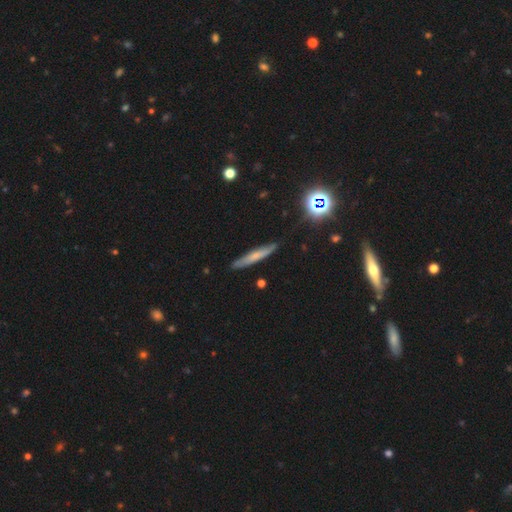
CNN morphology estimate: smooth 56%, featured or disk 34%, star or artifact 10%. Down the decision tree: how rounded — cigar-shaped (92%); merging — none (86%).